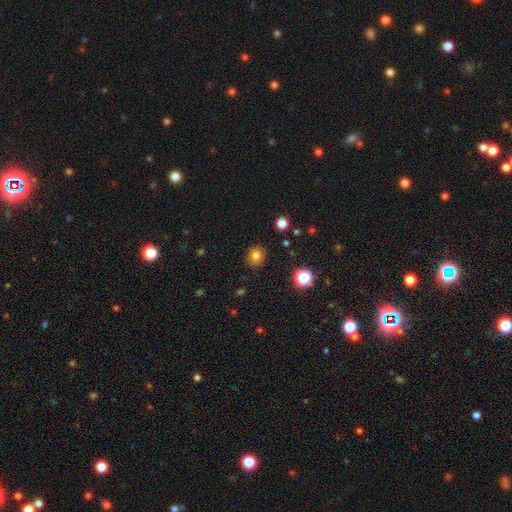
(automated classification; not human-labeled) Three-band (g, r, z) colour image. It shows a smooth galaxy with no disk features (80%) that is round (82%). Merging: none (88%).